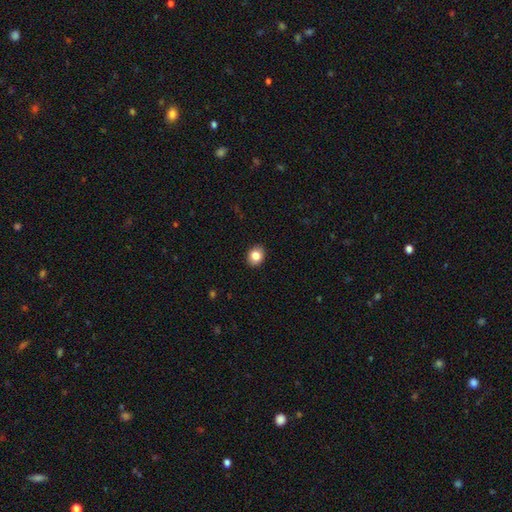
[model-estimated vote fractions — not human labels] This appears to be a smooth galaxy with no disk features (83%) that is round (53%). Merging: none (91%).